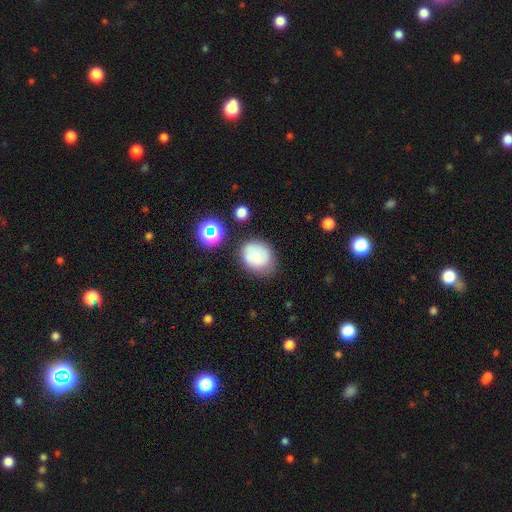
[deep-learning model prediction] Overall: smooth (74%). How rounded: round (58%; in between 41%). Merging: none (64%).